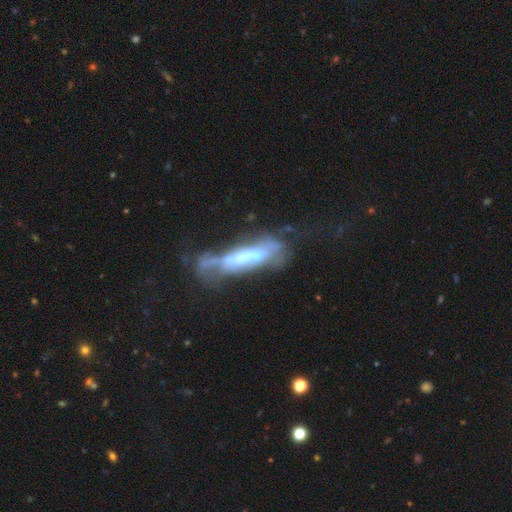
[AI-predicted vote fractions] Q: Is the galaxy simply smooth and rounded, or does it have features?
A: featured or disk — 61%.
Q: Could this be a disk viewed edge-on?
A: no — 75%.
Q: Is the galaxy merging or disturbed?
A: merger — 40%.